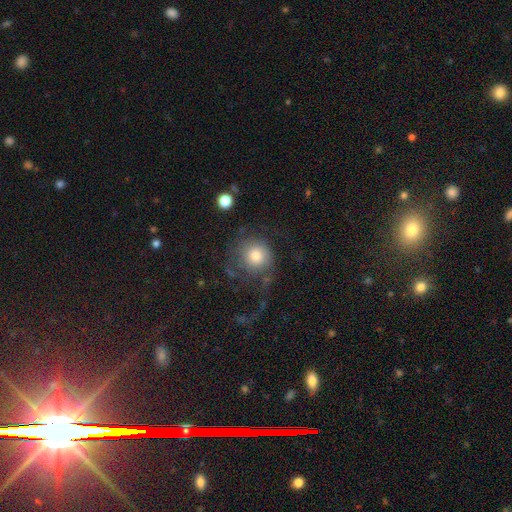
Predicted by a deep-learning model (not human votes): smooth_or_featured: smooth (p=0.57) [alt: featured or disk p=0.33]
how_rounded: round (p=0.88) [alt: in between p=0.11]
merging: none (p=0.48) [alt: major disturbance p=0.32]